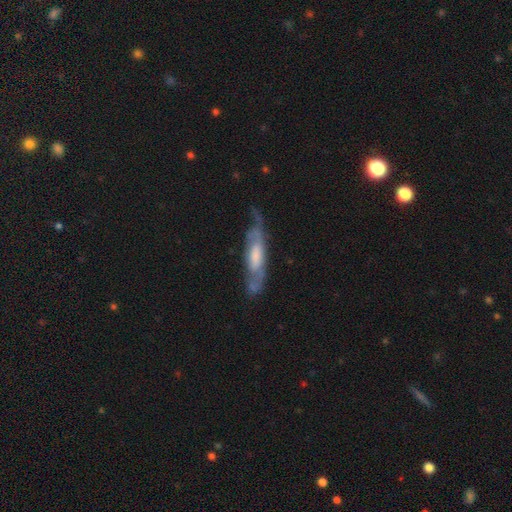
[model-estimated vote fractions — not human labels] smooth_or_featured: featured or disk (p=0.67) [alt: smooth p=0.28]
disk_edge_on: no (p=0.63) [alt: yes p=0.37]
merging: none (p=0.56) [alt: minor disturbance p=0.27]